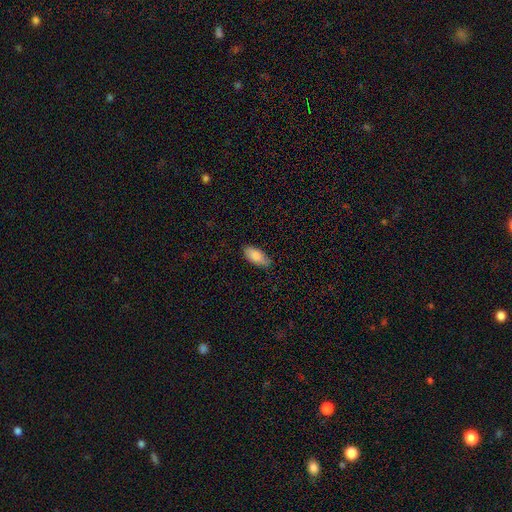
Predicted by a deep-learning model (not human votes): The model was most divided on "merging": none: 80%, minor disturbance: 17%, major disturbance: 3%, merger: 1%. More confident: how rounded — in between (91%); smooth or featured — smooth (83%).